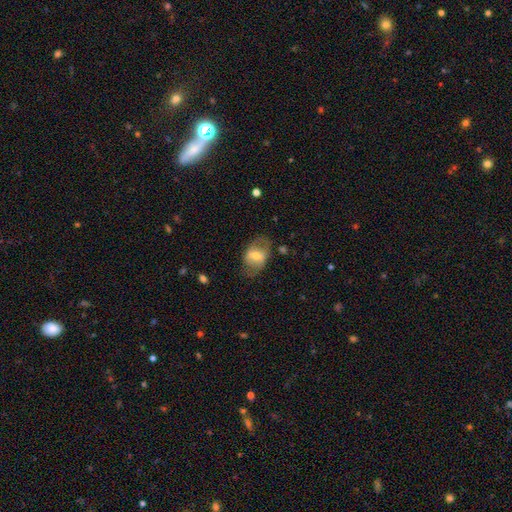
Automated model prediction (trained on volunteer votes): This is possibly a smooth galaxy (47%). Merging: likely none (65%).